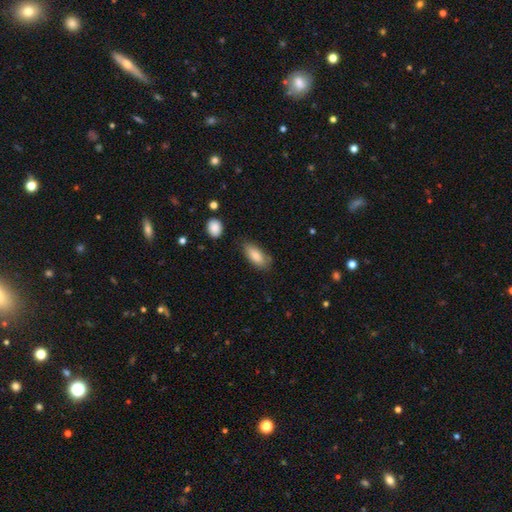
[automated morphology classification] This is clearly a smooth galaxy (84%). How rounded: clearly in between (83%). Merging: likely none (72%).